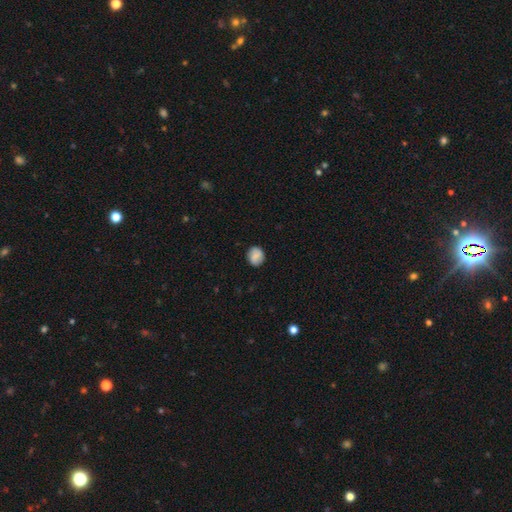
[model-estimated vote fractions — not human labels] This appears to be a smooth galaxy with no disk features (77%) that is round (74%). Merging: none (85%).